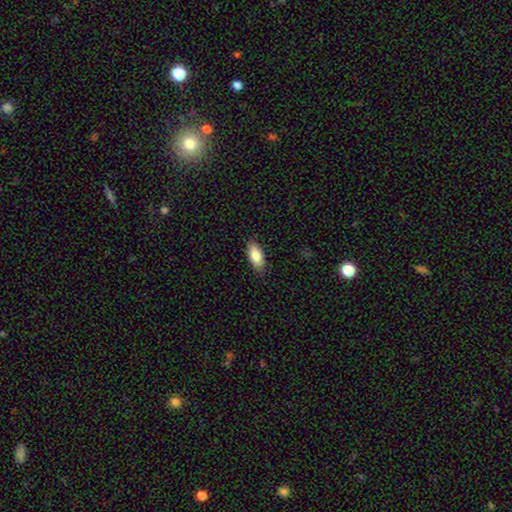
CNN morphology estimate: The model was most divided on "how rounded": in between: 84%, cigar-shaped: 13%, round: 2%. More confident: merging — none (86%); smooth or featured — smooth (83%).